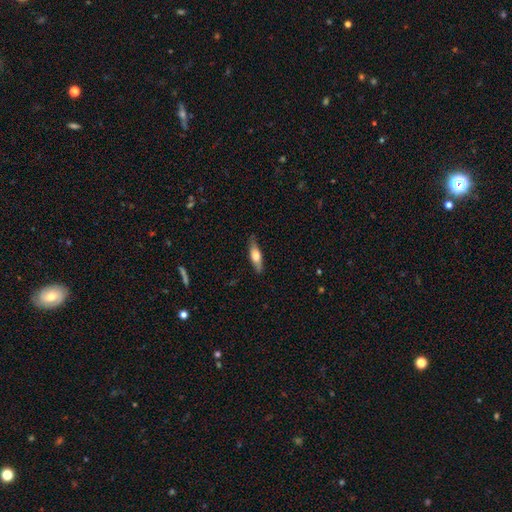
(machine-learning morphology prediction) The model was most divided on "smooth or featured": smooth: 53%, featured or disk: 41%, star or artifact: 6%. More confident: merging — none (82%); how rounded — cigar-shaped (58%).